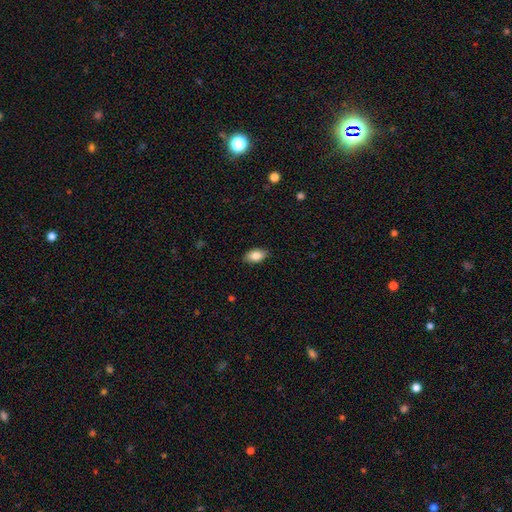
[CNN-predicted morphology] Smooth or featured? smooth (84%)
How rounded? in between (92%)
Merging? none (88%)